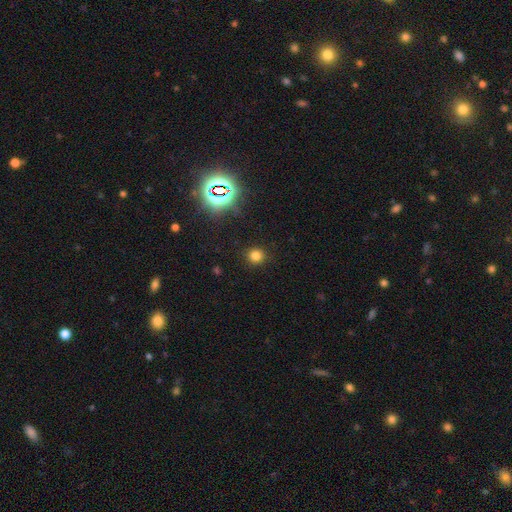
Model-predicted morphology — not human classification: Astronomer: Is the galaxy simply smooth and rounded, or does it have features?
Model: smooth — 76%.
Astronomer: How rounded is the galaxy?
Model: round — 90%.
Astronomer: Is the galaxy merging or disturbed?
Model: none — 89%.